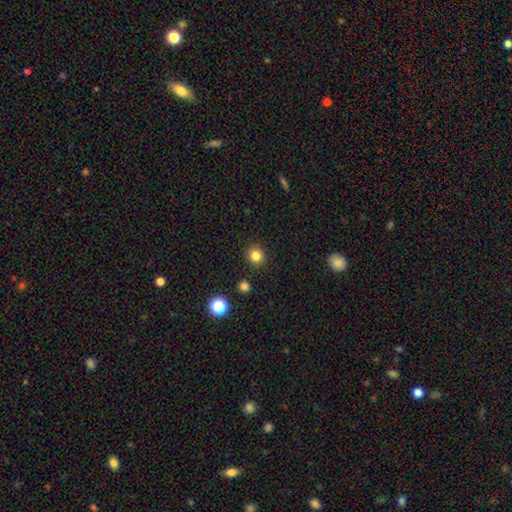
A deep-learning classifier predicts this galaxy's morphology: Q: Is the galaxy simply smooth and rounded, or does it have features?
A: smooth — 82%.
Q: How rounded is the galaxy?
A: round — 88%.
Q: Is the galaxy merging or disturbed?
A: none — 91%.